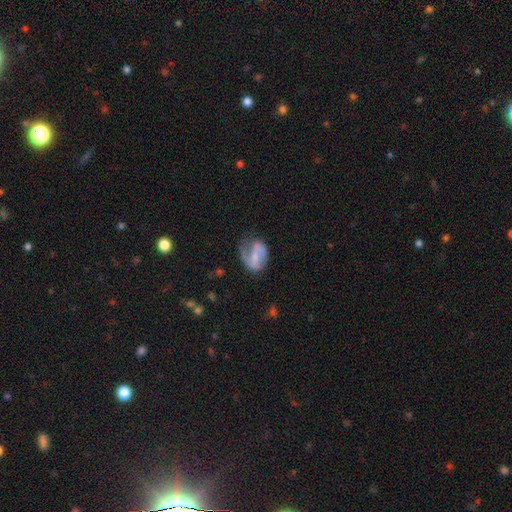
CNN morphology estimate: smooth_or_featured: featured or disk (p=0.72) [alt: smooth p=0.22]
disk_edge_on: no (p=0.97) [alt: yes p=0.03]
bar: weak (p=0.42) [alt: strong p=0.34]
has_spiral_arms: yes (p=0.88) [alt: no p=0.12]
spiral_winding: medium (p=0.45) [alt: loose p=0.34]
spiral_arm_count: 2 (p=0.65) [alt: 1 p=0.26]
bulge_size: small (p=0.46) [alt: none p=0.26]
merging: none (p=0.48) [alt: minor disturbance p=0.27]